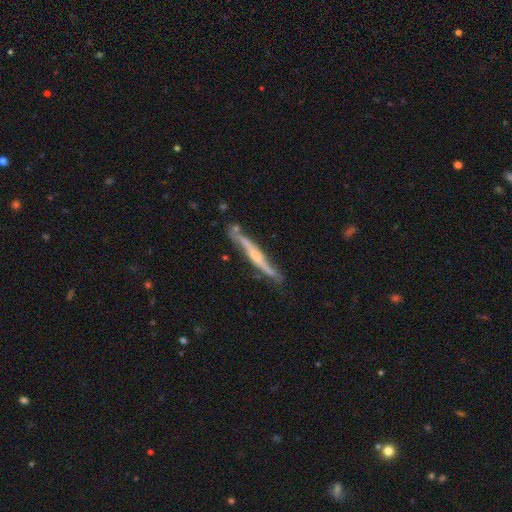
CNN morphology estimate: smooth-or-featured: featured or disk: 76% | smooth: 18% | star or artifact: 5%
  disk-edge-on: yes: 89% | no: 11%
    edge-on-bulge: rounded: 68% | none: 25% | boxy: 8%
  merging: none: 70% | minor disturbance: 21% | merger: 5% | major disturbance: 4%